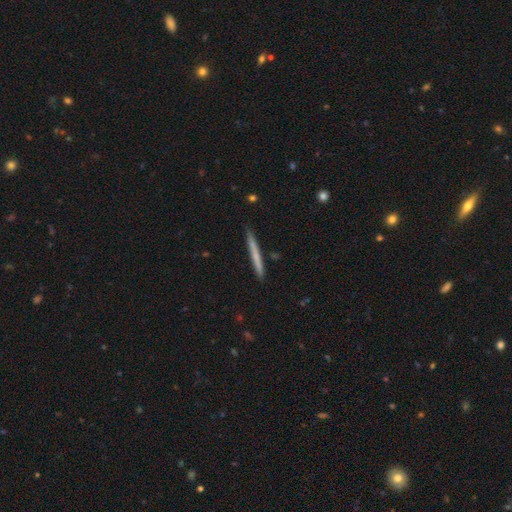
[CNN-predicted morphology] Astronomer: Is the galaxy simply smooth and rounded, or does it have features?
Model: smooth — 60%.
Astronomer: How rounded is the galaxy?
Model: cigar-shaped — 97%.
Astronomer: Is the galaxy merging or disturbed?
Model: none — 90%.